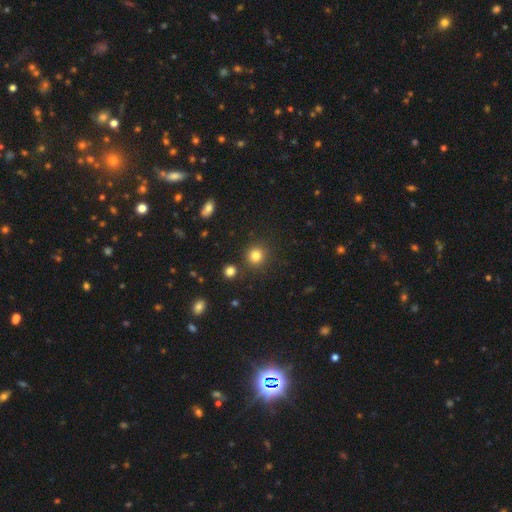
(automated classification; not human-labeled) smooth-or-featured: smooth: 82% | star or artifact: 13% | featured or disk: 5%
  how-rounded: round: 91% | in between: 8% | cigar-shaped: 1%
  merging: none: 87% | minor disturbance: 7% | merger: 4% | major disturbance: 3%